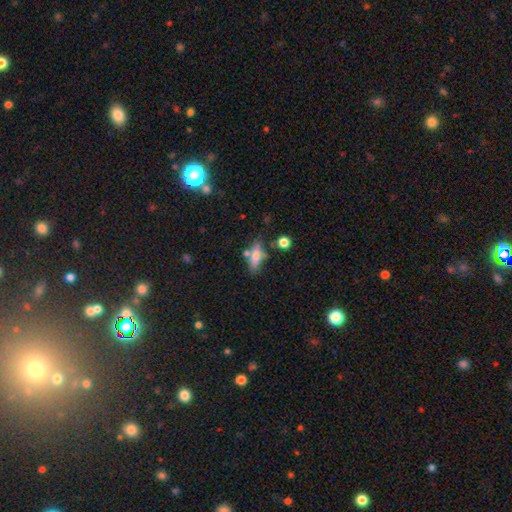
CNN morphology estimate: smooth-or-featured: smooth: 71% | featured or disk: 20% | star or artifact: 8%
  how-rounded: in between: 54% | cigar-shaped: 42% | round: 3%
  merging: none: 63% | minor disturbance: 18% | merger: 13% | major disturbance: 6%